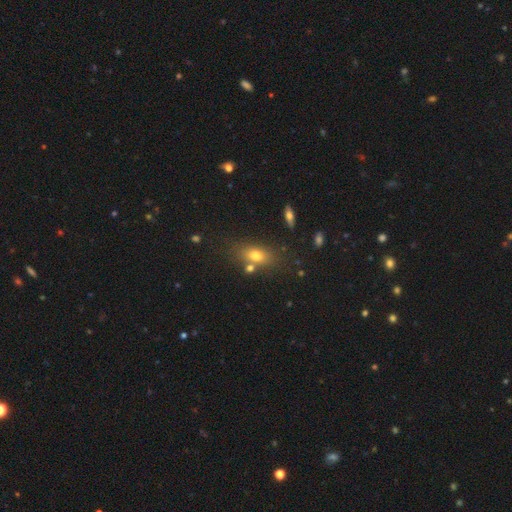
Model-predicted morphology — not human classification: smooth_or_featured: smooth (p=0.71) [alt: featured or disk p=0.16]
how_rounded: in between (p=0.75) [alt: round p=0.15]
merging: none (p=0.69) [alt: merger p=0.13]